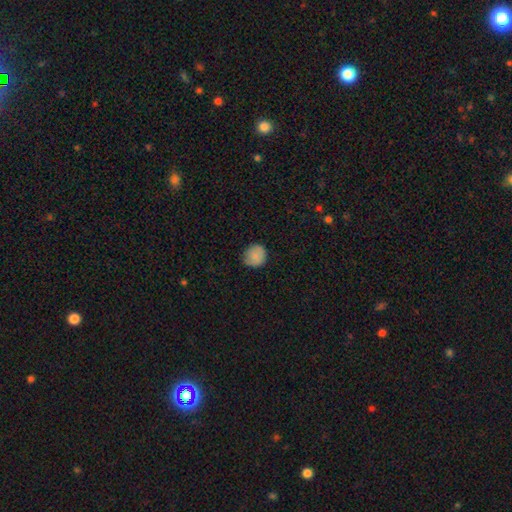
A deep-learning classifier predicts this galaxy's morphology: Smooth or featured? Predicted: smooth (p=0.86). How rounded? Predicted: round (p=0.88). Merging? Predicted: none (p=0.80).